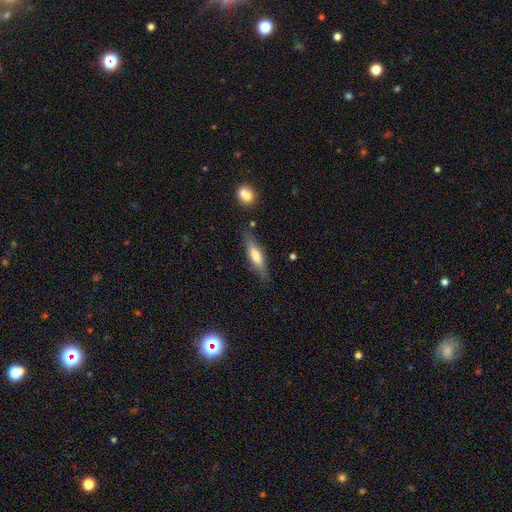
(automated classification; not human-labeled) Smooth or featured? smooth (59%)
How rounded? cigar-shaped (64%)
Merging? none (78%)